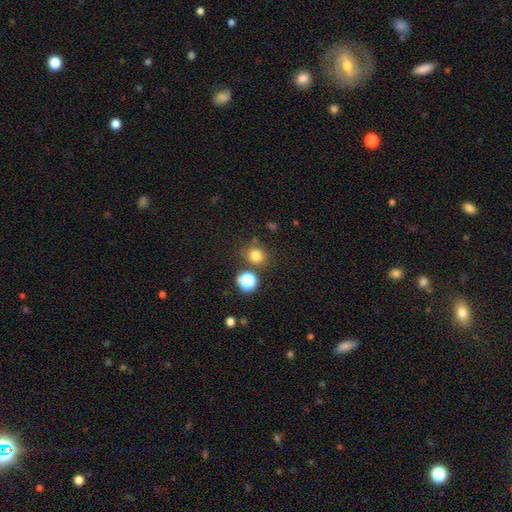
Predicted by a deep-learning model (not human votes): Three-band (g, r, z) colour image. It shows a smooth galaxy with no disk features (77%) that is round (79%). Merging: none (76%).